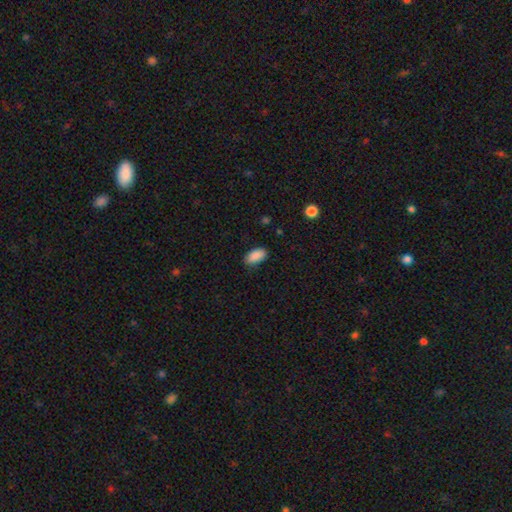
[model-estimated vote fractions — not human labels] A smooth galaxy with no disk features (90%) that is in between round and cigar-shaped (93%). Merging: none (85%).